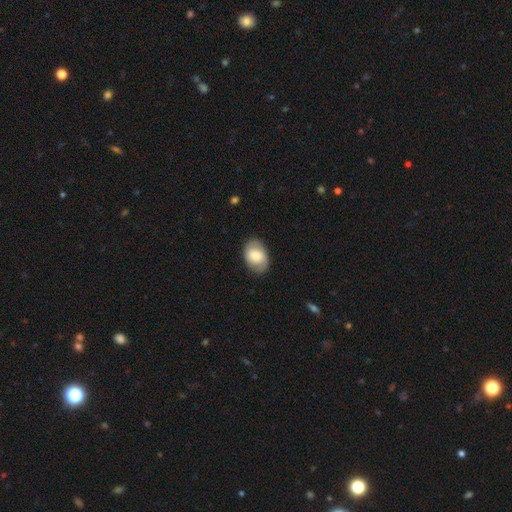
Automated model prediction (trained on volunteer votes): A smooth galaxy with no disk features (67%) that is in between round and cigar-shaped (83%).

Vote fractions:
- Smooth or featured? smooth: 67% / featured or disk: 26% / star or artifact: 7%
- How rounded? in between: 83% / round: 16% / cigar-shaped: 1%
- Merging? none: 79% / minor disturbance: 16% / major disturbance: 4% / merger: 1%